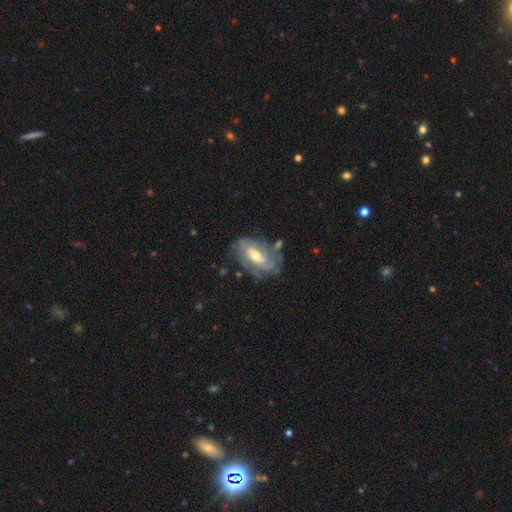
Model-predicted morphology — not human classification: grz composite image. It shows a featured or disk galaxy (81%) with a weak bar (43%), 2 (37%) tight (58%) spiral arms (88%) and a moderate central bulge (62%). Merging: none (63%).